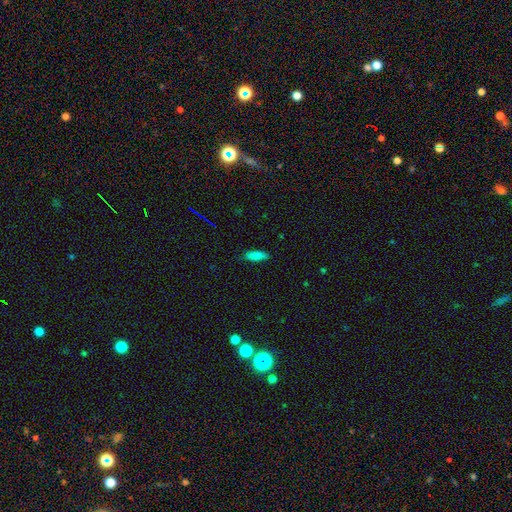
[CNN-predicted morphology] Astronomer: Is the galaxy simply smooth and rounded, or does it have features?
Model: smooth — 84%.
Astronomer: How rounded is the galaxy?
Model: in between — 54% (runner-up: cigar-shaped, 44%).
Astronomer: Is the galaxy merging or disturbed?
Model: none — 83%.